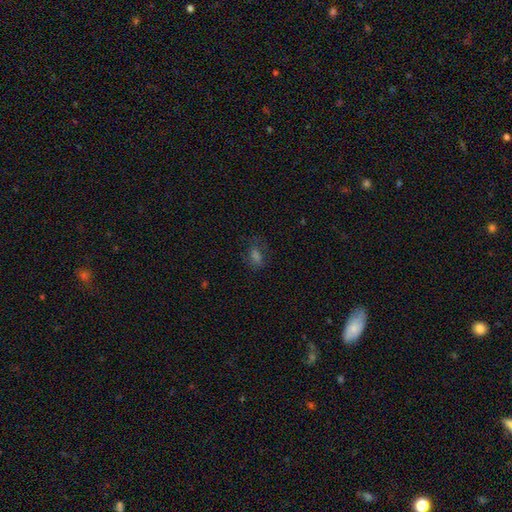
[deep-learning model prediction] smooth-or-featured: smooth: 54% | star or artifact: 30% | featured or disk: 16%
  how-rounded: in between: 75% | round: 21% | cigar-shaped: 4%
  merging: none: 70% | minor disturbance: 18% | major disturbance: 11% | merger: 2%